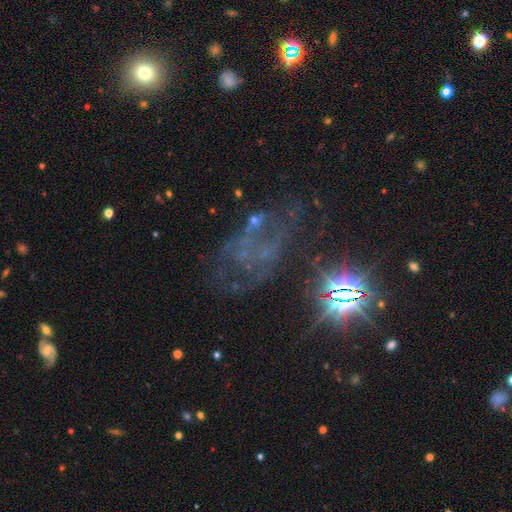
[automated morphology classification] Overall: featured or disk (43%; star or artifact 39%). Merging: none (44%; major disturbance 31%).